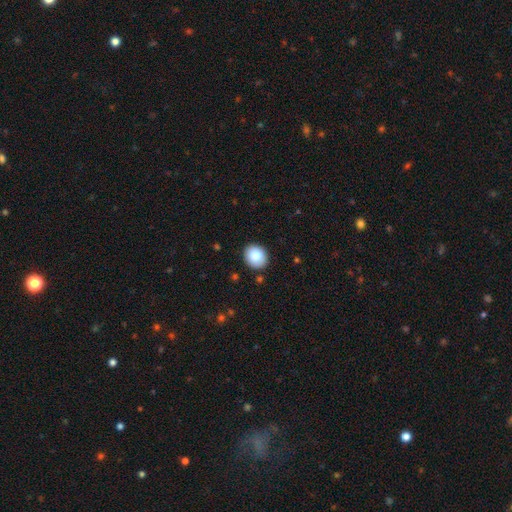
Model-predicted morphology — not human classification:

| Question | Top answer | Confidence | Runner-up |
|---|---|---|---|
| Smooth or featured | smooth | 86% | star or artifact (8%) |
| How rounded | round | 68% | in between (31%) |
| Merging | none | 87% | minor disturbance (9%) |